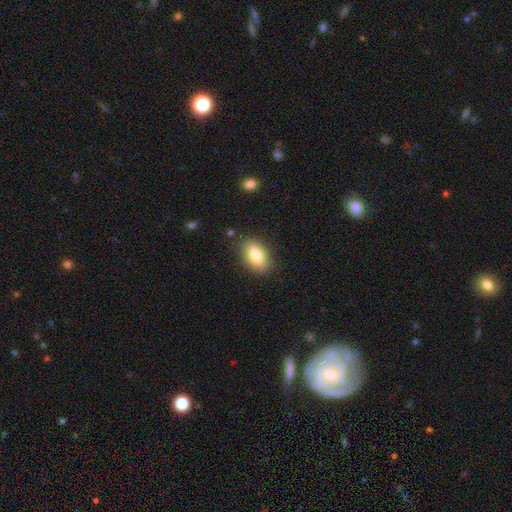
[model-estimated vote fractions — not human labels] This appears to be a smooth galaxy with no disk features (80%) that is in between round and cigar-shaped (88%). Merging: none (84%).